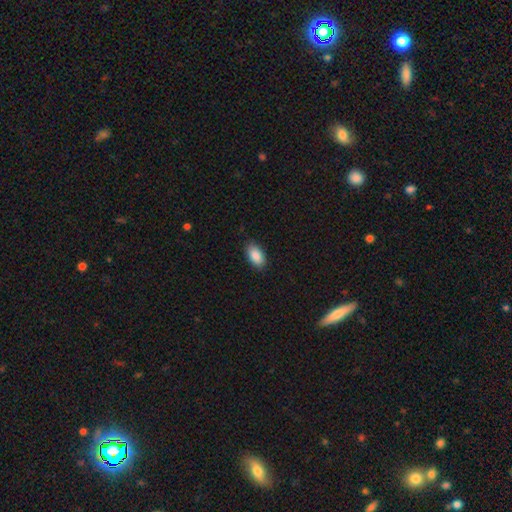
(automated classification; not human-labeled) Smooth or featured? smooth (89%)
How rounded? in between (94%)
Merging? none (86%)